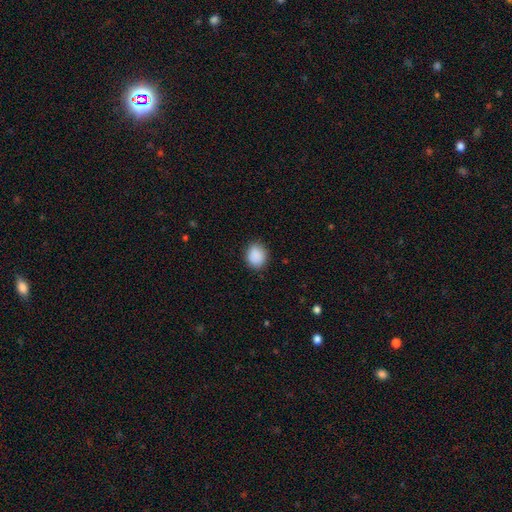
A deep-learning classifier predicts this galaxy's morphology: smooth-or-featured: smooth: 89% | star or artifact: 8% | featured or disk: 3%
  how-rounded: round: 61% | in between: 38% | cigar-shaped: 1%
  merging: none: 86% | minor disturbance: 11% | major disturbance: 3% | merger: 1%